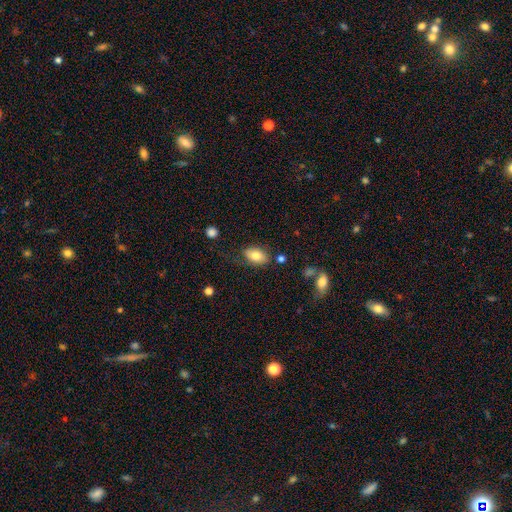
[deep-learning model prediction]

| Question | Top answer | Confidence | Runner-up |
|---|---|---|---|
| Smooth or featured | smooth | 78% | featured or disk (14%) |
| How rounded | in between | 90% | round (8%) |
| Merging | none | 72% | minor disturbance (18%) |